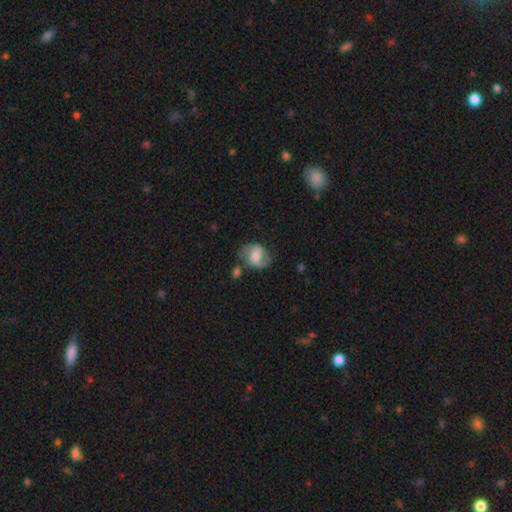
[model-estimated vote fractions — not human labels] Overall: featured or disk (61%; smooth 32%). Edge-on disk: no (97%). Bar: weak (45%; no 38%). Spiral arms: yes (88%). Spiral arm count: 2 (88%). Spiral winding: medium (50%; loose 31%). Bulge size: moderate (49%; small 26%). Merging: none (61%).